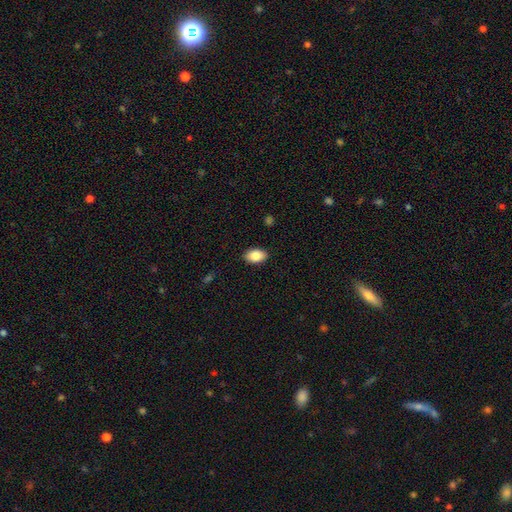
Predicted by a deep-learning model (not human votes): Smooth or featured?
  - smooth: 86% *
  - star or artifact: 7%
  - featured or disk: 7%
How rounded?
  - in between: 90% *
  - round: 9%
  - cigar-shaped: 1%
Merging?
  - none: 89% *
  - minor disturbance: 8%
  - major disturbance: 2%
  - merger: 1%